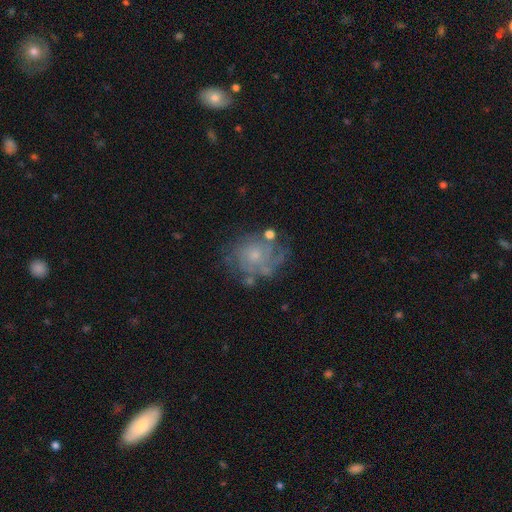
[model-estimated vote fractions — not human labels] A featured or disk galaxy (71%) with no bar (84%), tight (62%) spiral arms (80%) and a small central bulge (66%).

Vote fractions:
- Smooth or featured? featured or disk: 71% / smooth: 20% / star or artifact: 9%
- Edge-on disk? no: 98% / yes: 2%
- Bar? no: 84% / weak: 14% / strong: 2%
- Spiral arms? yes: 80% / no: 20%
- Spiral winding? tight: 62% / medium: 27% / loose: 11%
- Spiral arm count? can't tell: 50% / 2: 15% / 3: 14% / 4: 9% / 1: 6% / more than 4: 6%
- Bulge size? small: 66% / moderate: 27% / none: 5% / large: 2% / dominant: 1%
- Merging? none: 59% / minor disturbance: 20% / major disturbance: 14% / merger: 7%